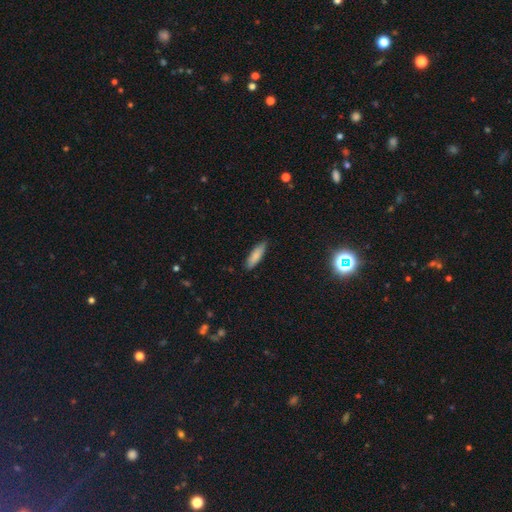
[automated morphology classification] smooth_or_featured: smooth (p=0.85) [alt: featured or disk p=0.09]
how_rounded: cigar-shaped (p=0.58) [alt: in between p=0.41]
merging: none (p=0.85) [alt: minor disturbance p=0.12]